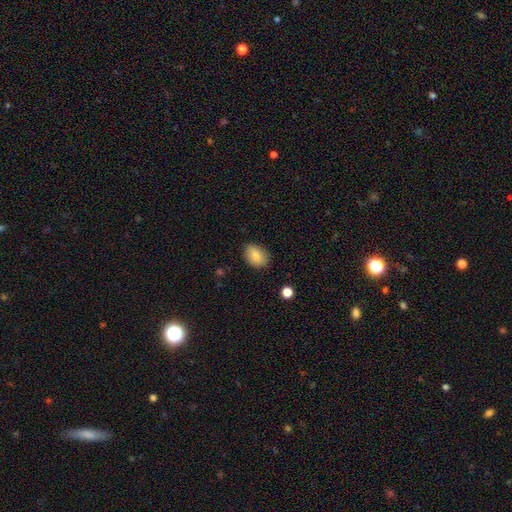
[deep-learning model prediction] smooth-or-featured: smooth: 80% | featured or disk: 12% | star or artifact: 8%
  how-rounded: in between: 75% | round: 24% | cigar-shaped: 1%
  merging: none: 79% | minor disturbance: 17% | major disturbance: 3% | merger: 1%